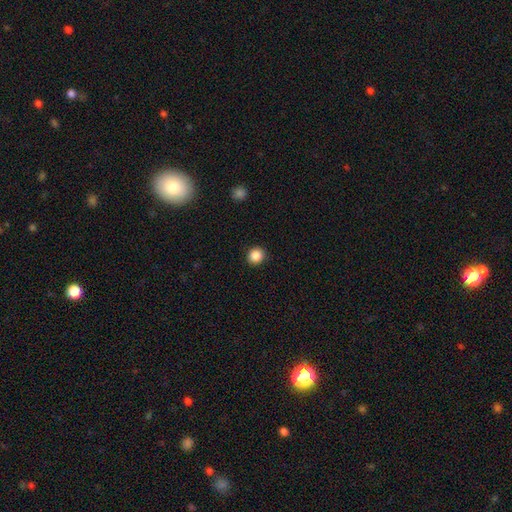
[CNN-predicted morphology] smooth 87%, star or artifact 10%, featured or disk 3%. Down the decision tree: how rounded — round (91%); merging — none (91%).